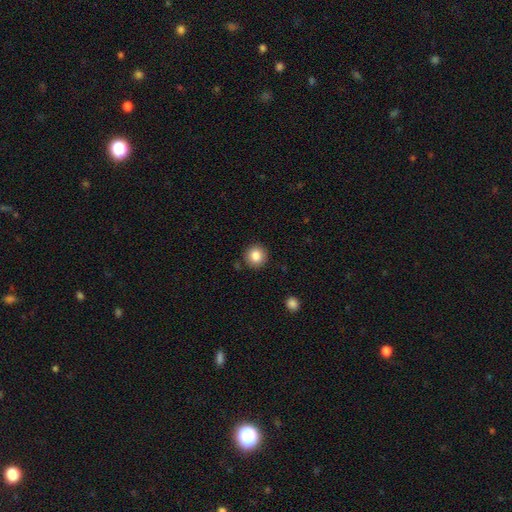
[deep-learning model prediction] Morphology: type=smooth (85%); roundness=round (94%); merging=none (90%).